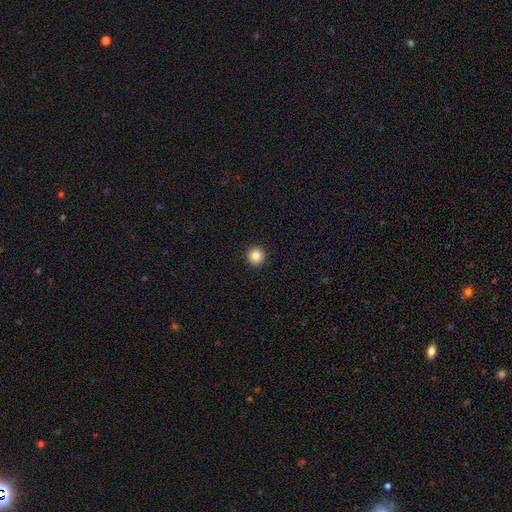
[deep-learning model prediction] Morphology: type=smooth (86%); roundness=round (96%); merging=none (94%).